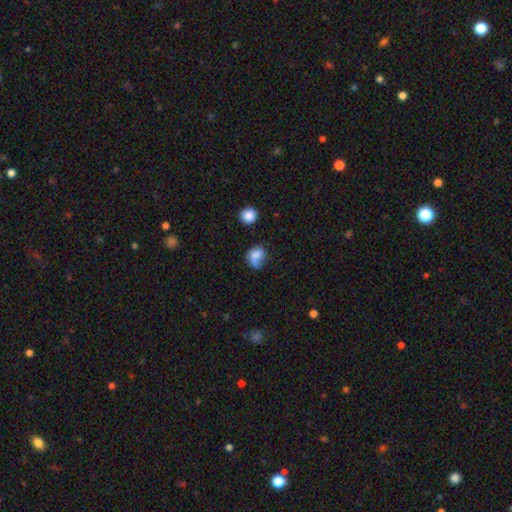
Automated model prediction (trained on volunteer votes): smooth-or-featured: smooth: 67% | featured or disk: 23% | star or artifact: 10%
  how-rounded: round: 51% | in between: 47% | cigar-shaped: 2%
  merging: none: 37% | minor disturbance: 29% | major disturbance: 27% | merger: 7%